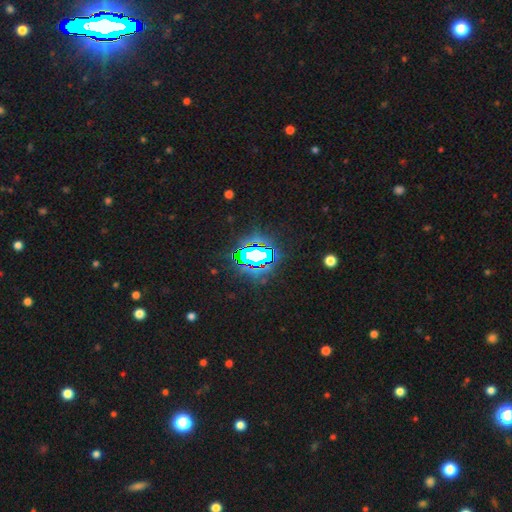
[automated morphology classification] Q: Smooth or featured?
A: star or artifact (71%); runner-up: smooth (15%)